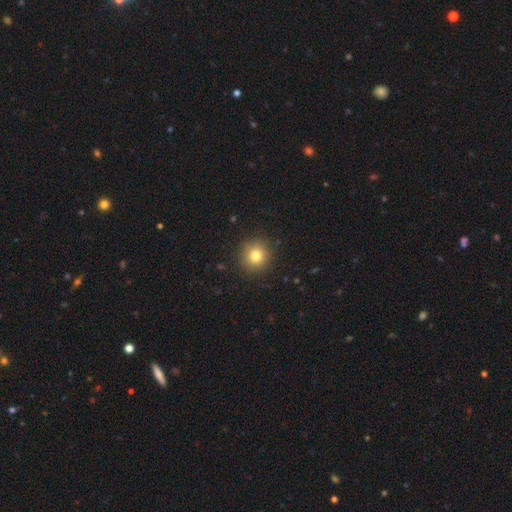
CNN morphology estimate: The model was most divided on "smooth or featured": smooth: 79%, star or artifact: 12%, featured or disk: 8%. More confident: how rounded — round (93%); merging — none (90%).